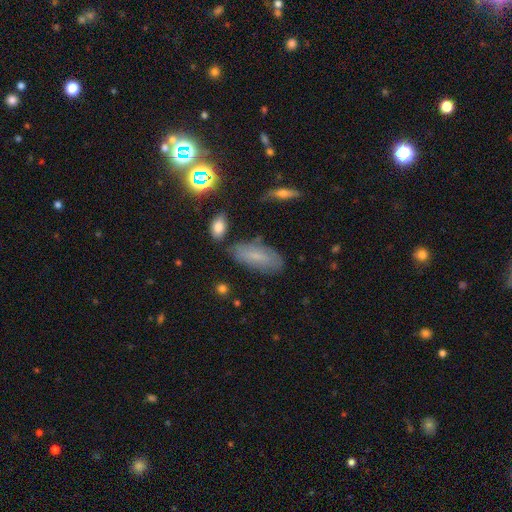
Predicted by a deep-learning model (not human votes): Q: Smooth or featured?
A: smooth (59%); runner-up: featured or disk (28%)
Q: How rounded?
A: in between (84%); runner-up: cigar-shaped (13%)
Q: Merging?
A: none (73%); runner-up: minor disturbance (18%)